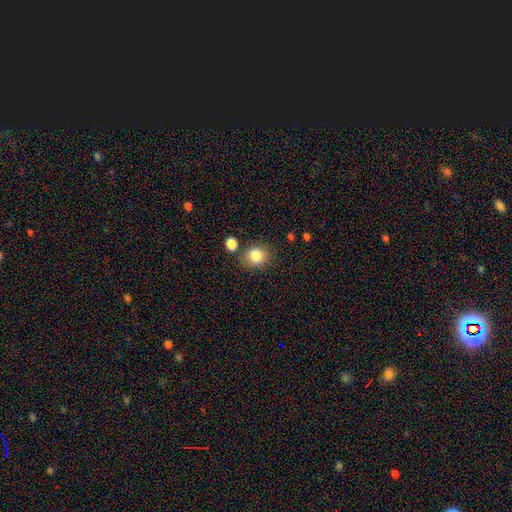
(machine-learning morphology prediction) This appears to be a smooth galaxy with no disk features (84%) that is round (73%). Merging: none (75%).